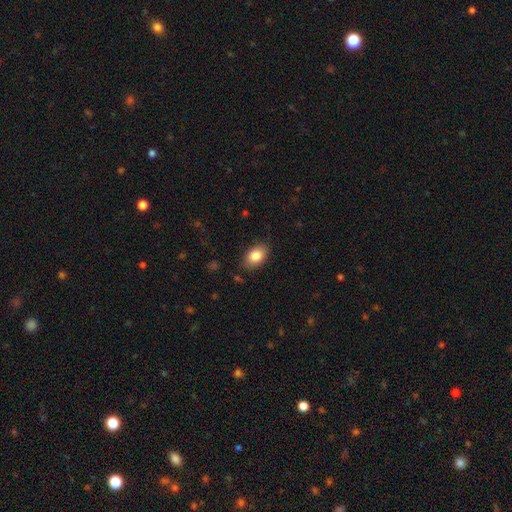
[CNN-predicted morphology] Smooth or featured: smooth — 85% (star or artifact — 7%)
How rounded: in between — 88% (round — 11%)
Merging: none — 84% (minor disturbance — 12%)